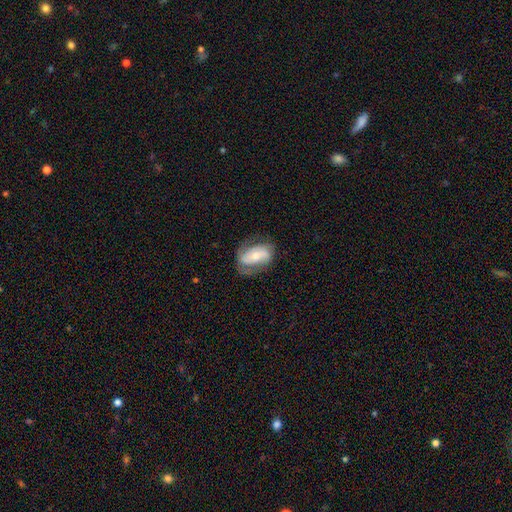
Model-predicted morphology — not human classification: smooth-or-featured: featured or disk: 63% | smooth: 30% | star or artifact: 7%
  disk-edge-on: no: 94% | yes: 6%
    bar: no: 47% | weak: 28% | strong: 25%
    has-spiral-arms: yes: 79% | no: 21%
    bulge-size: moderate: 52% | small: 42% | large: 4% | none: 1% | dominant: 1%
  merging: none: 62% | minor disturbance: 23% | major disturbance: 13% | merger: 1%